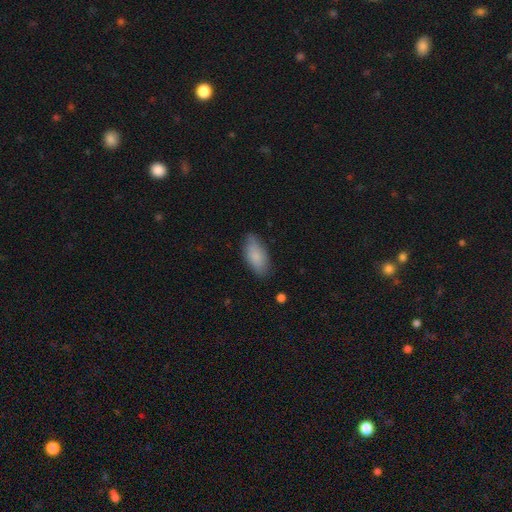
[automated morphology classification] Smooth or featured? Predicted: smooth (p=0.84). How rounded? Predicted: in between (p=0.85). Merging? Predicted: none (p=0.77).